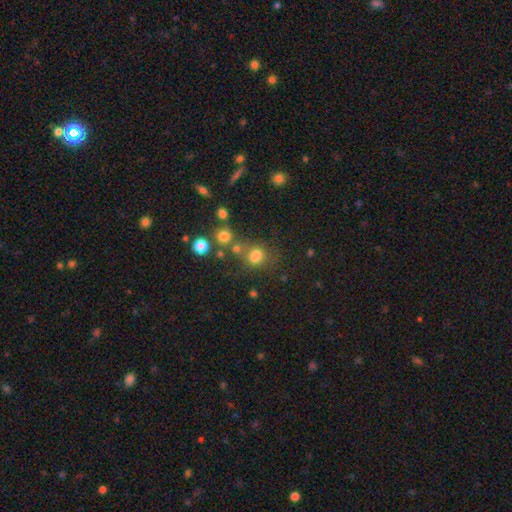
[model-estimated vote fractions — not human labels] A smooth galaxy with no disk features (73%) that is round (60%).

Vote fractions:
- Smooth or featured? smooth: 73% / star or artifact: 18% / featured or disk: 9%
- How rounded? round: 60% / in between: 38% / cigar-shaped: 1%
- Merging? none: 53% / merger: 23% / minor disturbance: 15% / major disturbance: 10%